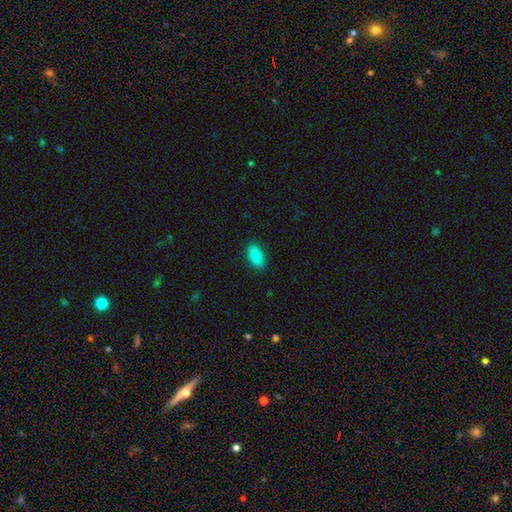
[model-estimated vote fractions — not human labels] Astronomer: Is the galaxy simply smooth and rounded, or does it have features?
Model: smooth — 82%.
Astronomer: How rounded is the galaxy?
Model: in between — 93%.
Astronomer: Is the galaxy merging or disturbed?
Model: none — 88%.